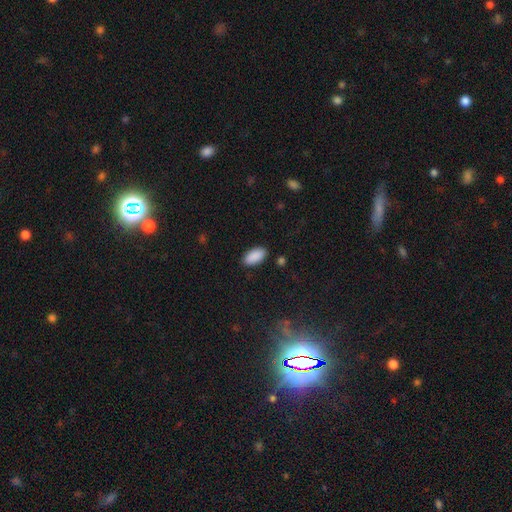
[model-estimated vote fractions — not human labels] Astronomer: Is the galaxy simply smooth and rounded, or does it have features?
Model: smooth — 90%.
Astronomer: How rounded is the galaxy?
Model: in between — 94%.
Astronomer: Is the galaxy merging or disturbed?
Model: none — 88%.